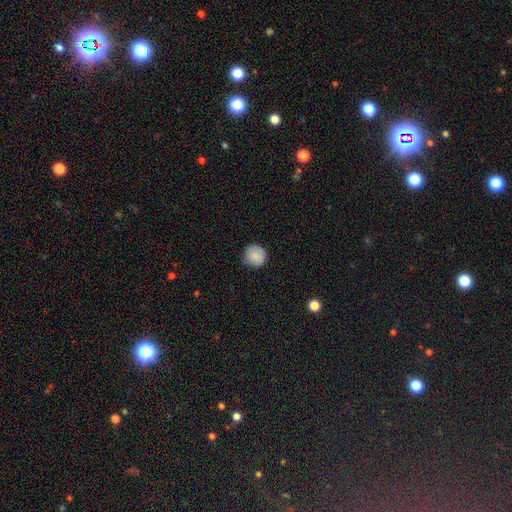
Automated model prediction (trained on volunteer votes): smooth-or-featured: smooth: 86% | star or artifact: 8% | featured or disk: 6%
  how-rounded: round: 94% | in between: 5% | cigar-shaped: 1%
  merging: none: 82% | minor disturbance: 14% | major disturbance: 2% | merger: 1%